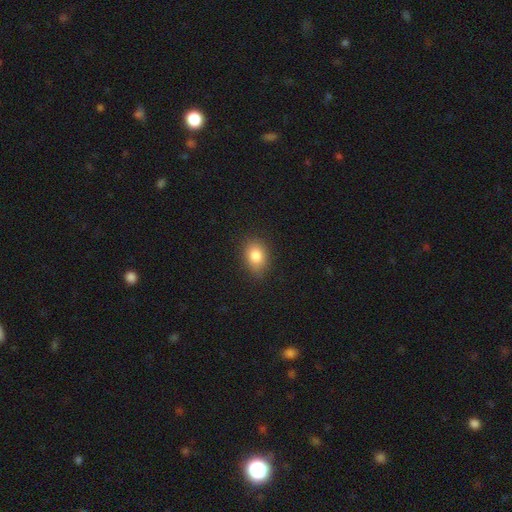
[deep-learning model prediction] A smooth galaxy with no disk features (83%) that is in between round and cigar-shaped (71%).

Vote fractions:
- Smooth or featured? smooth: 83% / star or artifact: 9% / featured or disk: 7%
- How rounded? in between: 71% / round: 27% / cigar-shaped: 1%
- Merging? none: 80% / minor disturbance: 16% / major disturbance: 3% / merger: 1%